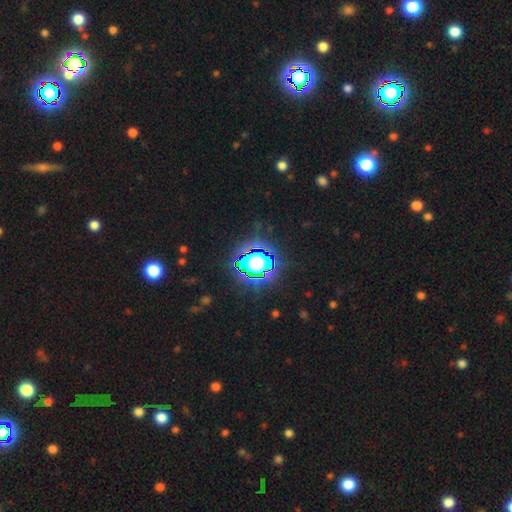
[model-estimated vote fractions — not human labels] Q: Smooth or featured?
A: star or artifact (83%); runner-up: smooth (11%)